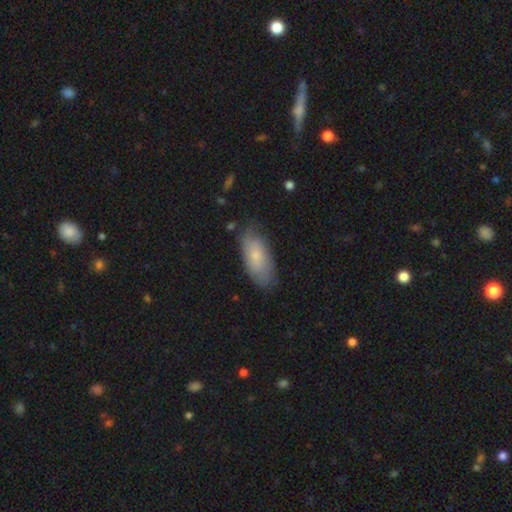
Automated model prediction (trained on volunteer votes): smooth-or-featured: smooth: 68% | featured or disk: 26% | star or artifact: 7%
  how-rounded: in between: 84% | cigar-shaped: 14% | round: 2%
  merging: none: 72% | minor disturbance: 22% | major disturbance: 4% | merger: 2%